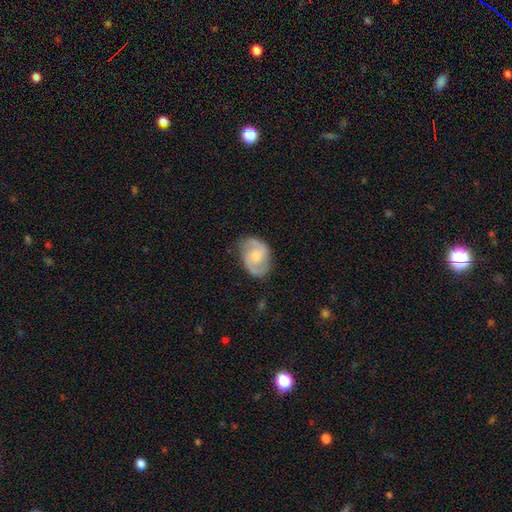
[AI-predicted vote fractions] featured or disk 77%, smooth 18%, star or artifact 5%. Down the decision tree: edge-on disk — no (97%); bar — no (58%); spiral arms — yes (94%); spiral arm count — 2 (90%); spiral winding — medium (53%); bulge size — moderate (49%); merging — none (79%).